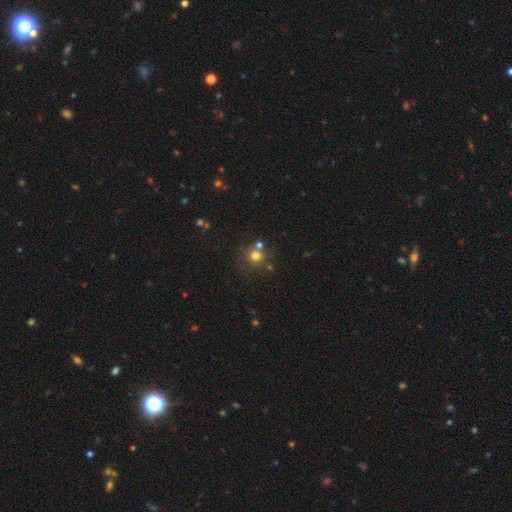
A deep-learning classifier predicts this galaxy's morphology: A smooth galaxy with no disk features (72%) that is round (92%).

Vote fractions:
- Smooth or featured? smooth: 72% / star or artifact: 17% / featured or disk: 10%
- How rounded? round: 92% / in between: 7% / cigar-shaped: 1%
- Merging? none: 66% / merger: 21% / minor disturbance: 9% / major disturbance: 4%